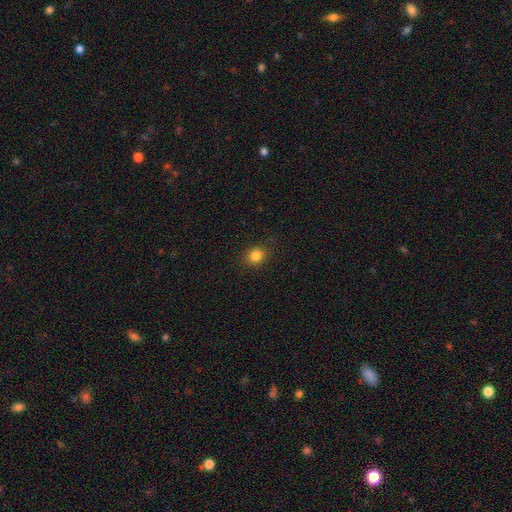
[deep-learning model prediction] Smooth or featured? Predicted: smooth (p=0.83). How rounded? Predicted: round (p=0.71). Merging? Predicted: none (p=0.87).